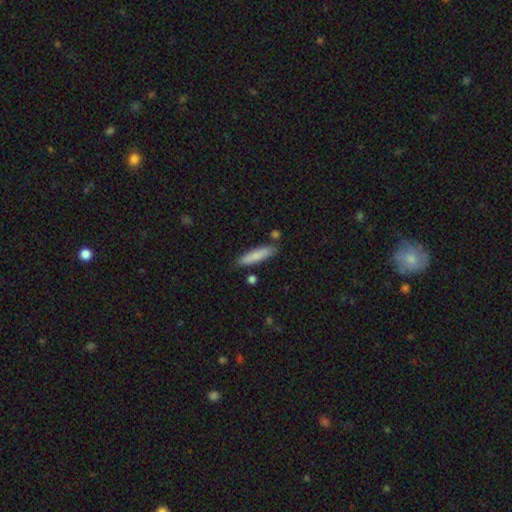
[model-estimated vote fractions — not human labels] A smooth galaxy with no disk features (81%) that is cigar-shaped (77%). Merging: none (81%).